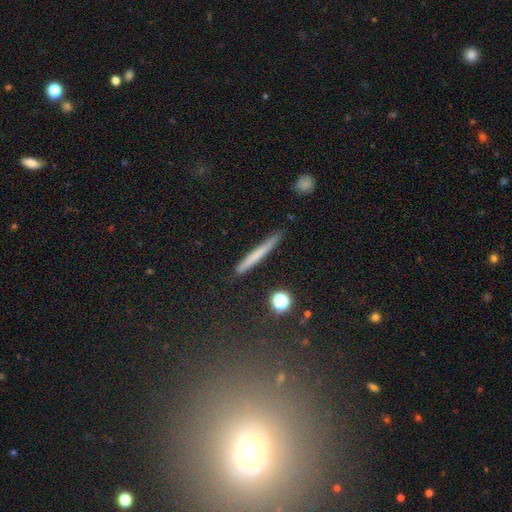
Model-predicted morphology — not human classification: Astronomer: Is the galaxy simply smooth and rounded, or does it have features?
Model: smooth — 60%.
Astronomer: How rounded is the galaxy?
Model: cigar-shaped — 96%.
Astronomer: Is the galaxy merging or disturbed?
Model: none — 87%.